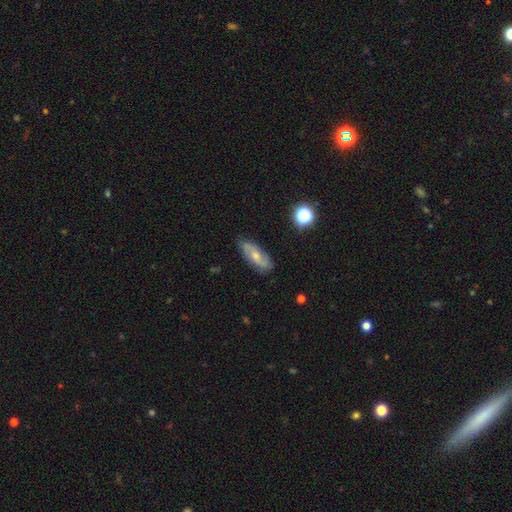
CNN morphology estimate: A featured or disk galaxy (54%).

Vote fractions:
- Smooth or featured? featured or disk: 54% / smooth: 39% / star or artifact: 8%
- Edge-on disk? no: 84% / yes: 16%
- Merging? none: 78% / minor disturbance: 17% / major disturbance: 3% / merger: 2%